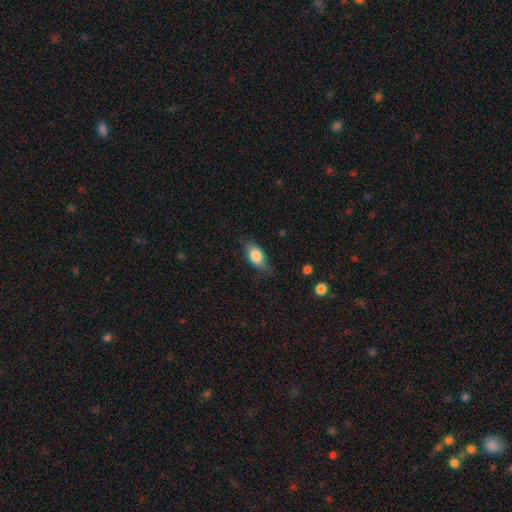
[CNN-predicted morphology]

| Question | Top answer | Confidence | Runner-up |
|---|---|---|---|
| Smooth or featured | smooth | 76% | featured or disk (17%) |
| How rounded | in between | 84% | cigar-shaped (9%) |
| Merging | none | 69% | minor disturbance (23%) |